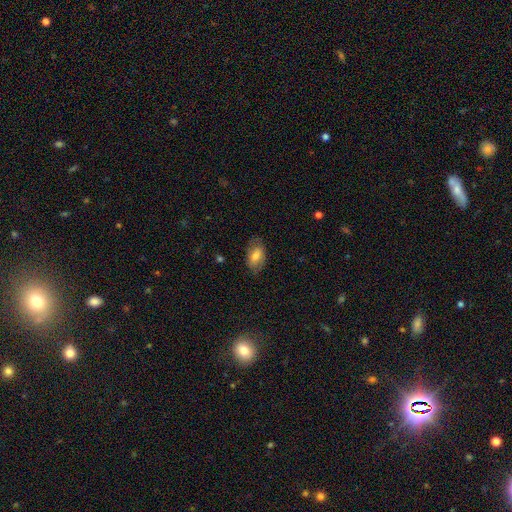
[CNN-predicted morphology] A smooth galaxy with no disk features (64%) that is in between round and cigar-shaped (92%).

Vote fractions:
- Smooth or featured? smooth: 64% / featured or disk: 29% / star or artifact: 8%
- How rounded? in between: 92% / round: 6% / cigar-shaped: 3%
- Merging? none: 78% / minor disturbance: 16% / major disturbance: 5% / merger: 1%